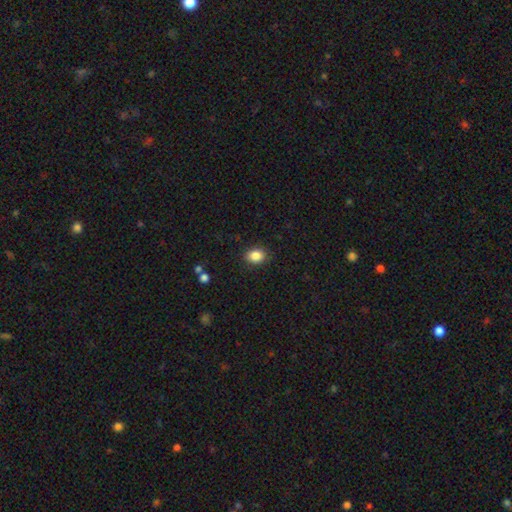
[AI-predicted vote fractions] The model was most divided on "how rounded": in between: 58%, round: 41%, cigar-shaped: 1%. More confident: merging — none (88%); smooth or featured — smooth (86%).